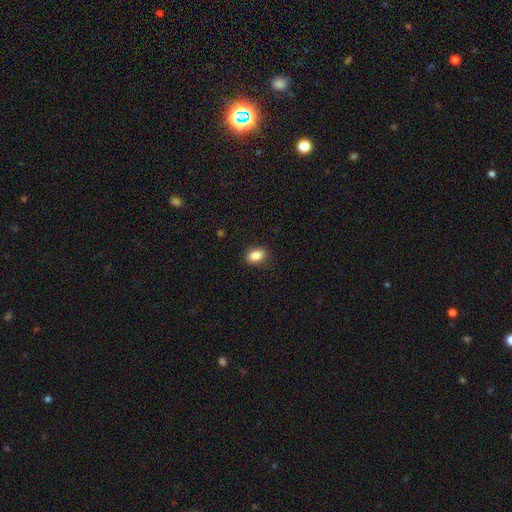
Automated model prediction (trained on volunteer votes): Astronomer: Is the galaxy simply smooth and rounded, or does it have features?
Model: smooth — 87%.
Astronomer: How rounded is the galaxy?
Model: in between — 81%.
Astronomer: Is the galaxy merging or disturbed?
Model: none — 85%.